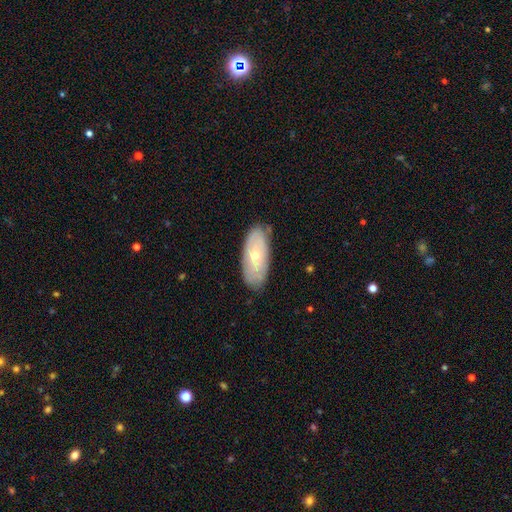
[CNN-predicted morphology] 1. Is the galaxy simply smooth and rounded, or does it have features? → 52% featured or disk, 42% smooth, 6% star or artifact.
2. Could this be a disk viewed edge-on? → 85% no, 15% yes.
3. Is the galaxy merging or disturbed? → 81% none, 15% minor disturbance, 3% major disturbance, 1% merger.